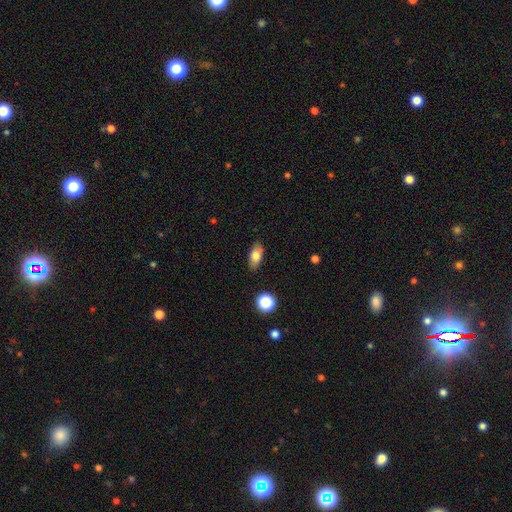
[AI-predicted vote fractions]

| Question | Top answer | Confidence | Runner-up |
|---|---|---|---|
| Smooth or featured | smooth | 77% | featured or disk (14%) |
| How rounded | in between | 84% | cigar-shaped (9%) |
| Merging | none | 85% | minor disturbance (11%) |